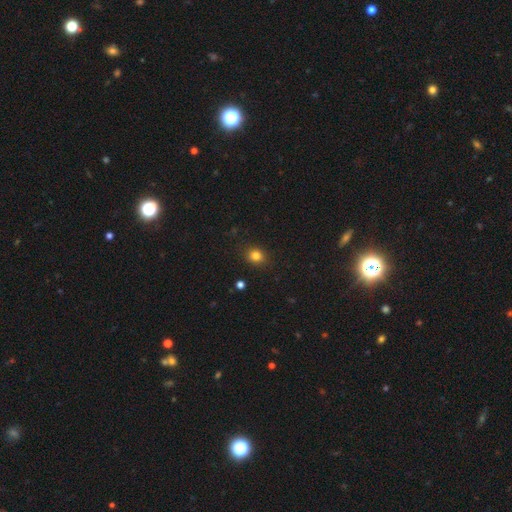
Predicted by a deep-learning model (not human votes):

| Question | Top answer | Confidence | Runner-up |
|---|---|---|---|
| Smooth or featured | smooth | 82% | star or artifact (13%) |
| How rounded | round | 71% | in between (28%) |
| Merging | none | 88% | minor disturbance (9%) |